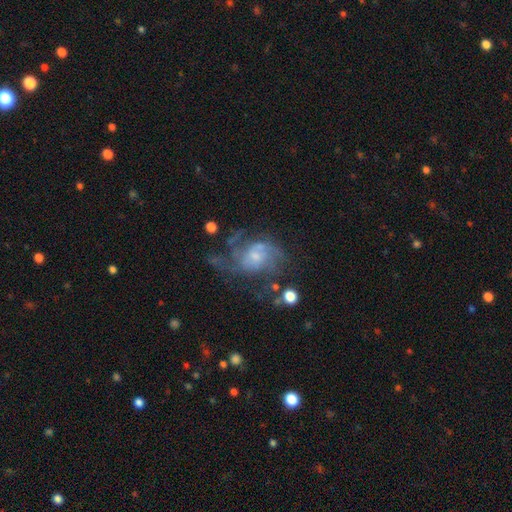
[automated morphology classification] Q: Smooth or featured?
A: featured or disk (75%); runner-up: smooth (15%)
Q: Edge-on disk?
A: no (98%); runner-up: yes (2%)
Q: Bar?
A: no (67%); runner-up: weak (28%)
Q: Spiral arms?
A: yes (83%); runner-up: no (17%)
Q: Spiral winding?
A: medium (45%); runner-up: tight (29%)
Q: Spiral arm count?
A: can't tell (37%); runner-up: 2 (25%)
Q: Bulge size?
A: small (46%); runner-up: moderate (35%)
Q: Merging?
A: none (43%); runner-up: major disturbance (31%)